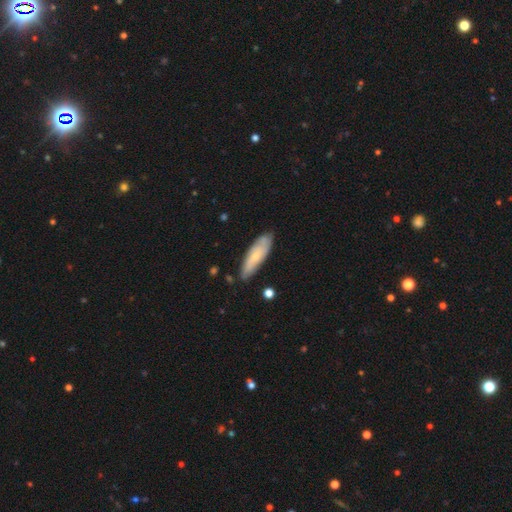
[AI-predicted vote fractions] Q: Smooth or featured?
A: smooth (53%); runner-up: featured or disk (40%)
Q: How rounded?
A: cigar-shaped (52%); runner-up: in between (47%)
Q: Merging?
A: none (77%); runner-up: minor disturbance (18%)